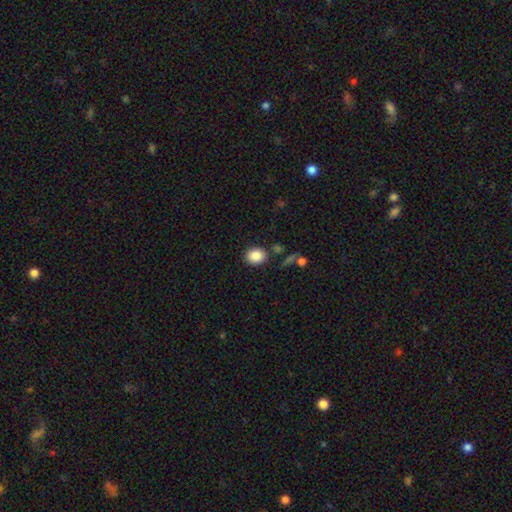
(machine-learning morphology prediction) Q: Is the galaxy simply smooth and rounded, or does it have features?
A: smooth — 87%.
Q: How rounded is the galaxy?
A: round — 62%.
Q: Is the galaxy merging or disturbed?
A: none — 83%.